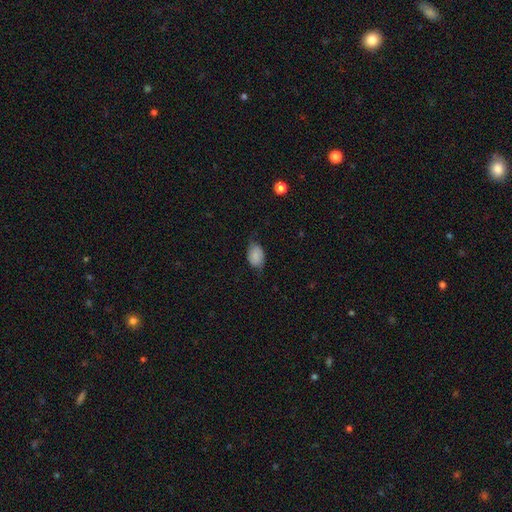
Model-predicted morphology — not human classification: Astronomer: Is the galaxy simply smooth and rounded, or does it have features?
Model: smooth — 75%.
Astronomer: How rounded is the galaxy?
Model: in between — 85%.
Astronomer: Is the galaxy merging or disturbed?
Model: none — 61%.